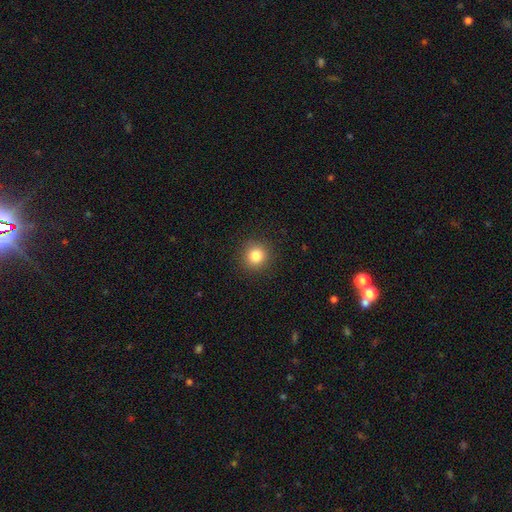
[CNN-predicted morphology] Smooth or featured?
  - smooth: 83% *
  - star or artifact: 12%
  - featured or disk: 6%
How rounded?
  - round: 93% *
  - in between: 6%
  - cigar-shaped: 1%
Merging?
  - none: 91% *
  - minor disturbance: 6%
  - major disturbance: 2%
  - merger: 1%